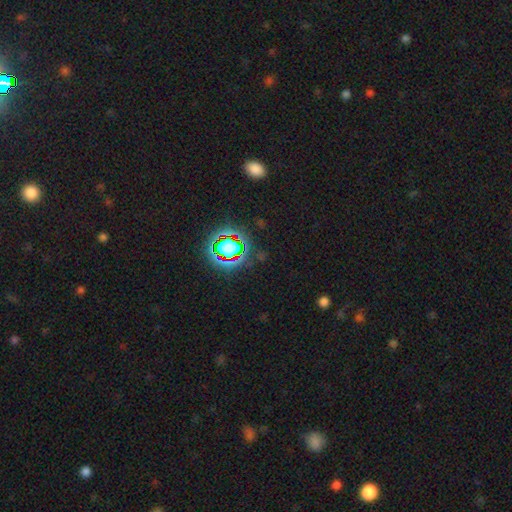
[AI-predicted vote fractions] This is likely a star or artifact rather than a galaxy (74%).